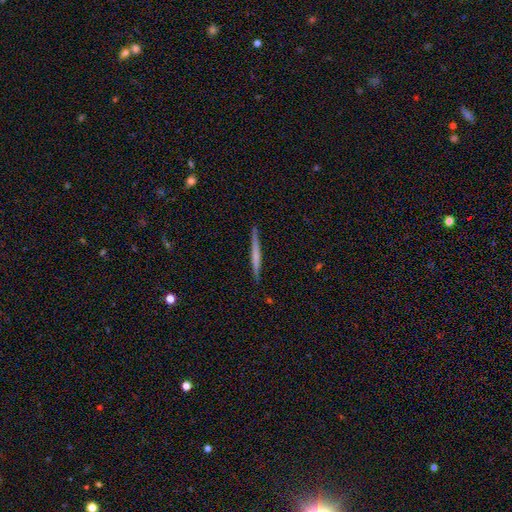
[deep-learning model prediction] This is possibly a featured or disk galaxy (48%). Merging: clearly none (89%).